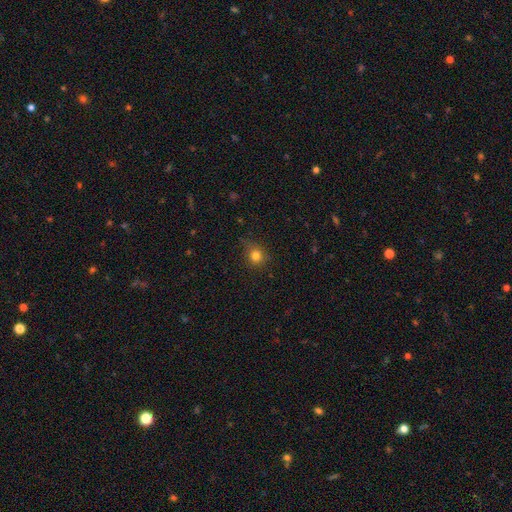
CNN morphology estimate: smooth_or_featured: smooth (p=0.79) [alt: star or artifact p=0.14]
how_rounded: round (p=0.85) [alt: in between p=0.14]
merging: none (p=0.74) [alt: minor disturbance p=0.19]